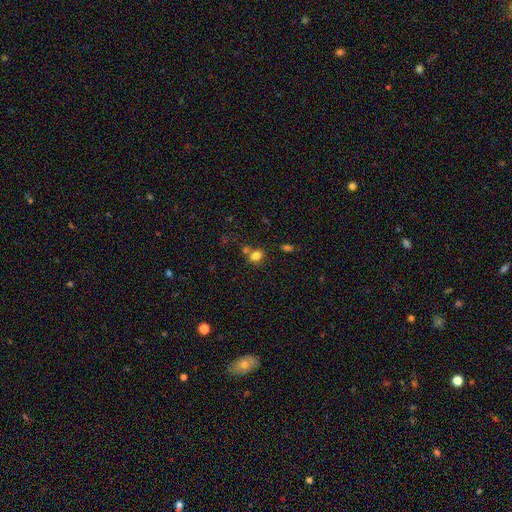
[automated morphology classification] A smooth galaxy with no disk features (79%) that is round (56%). Merging: none (60%).